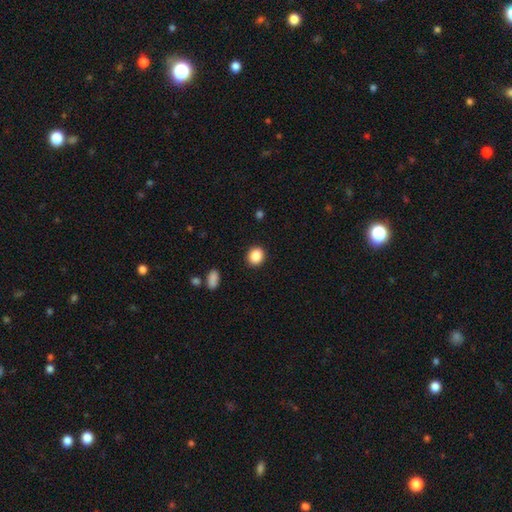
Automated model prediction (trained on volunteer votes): Smooth or featured? Predicted: smooth (p=0.88). How rounded? Predicted: round (p=0.79). Merging? Predicted: none (p=0.91).